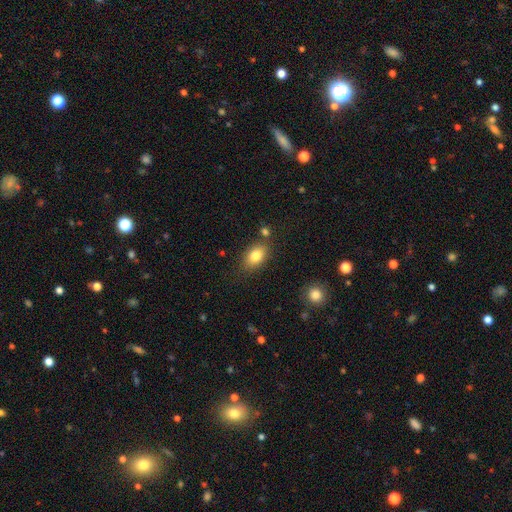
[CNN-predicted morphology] Q: Smooth or featured?
A: smooth (82%); runner-up: featured or disk (10%)
Q: How rounded?
A: in between (86%); runner-up: round (12%)
Q: Merging?
A: none (77%); runner-up: minor disturbance (13%)